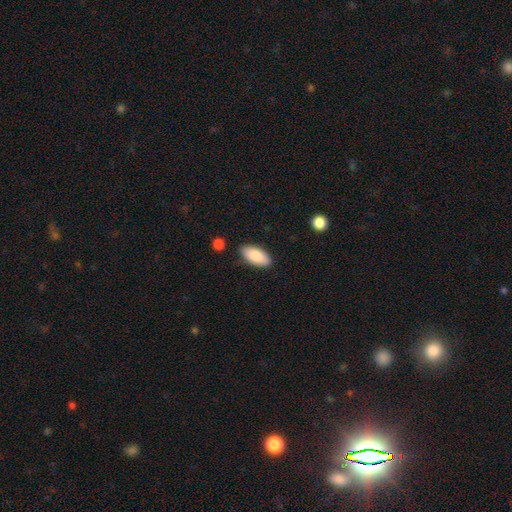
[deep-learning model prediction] smooth_or_featured: smooth (p=0.87) [alt: featured or disk p=0.07]
how_rounded: in between (p=0.92) [alt: cigar-shaped p=0.06]
merging: none (p=0.85) [alt: minor disturbance p=0.10]